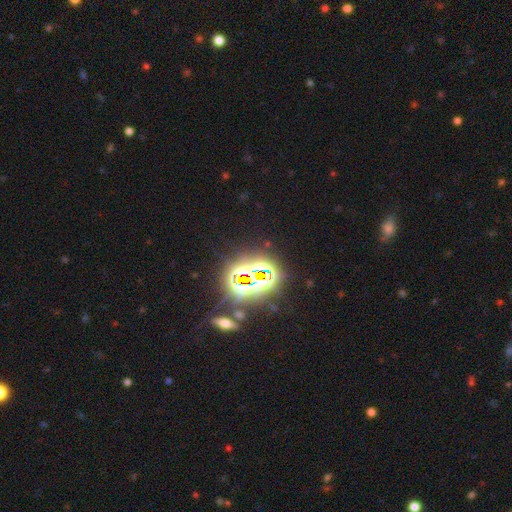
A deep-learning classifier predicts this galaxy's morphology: The model was most divided on "smooth or featured": star or artifact: 83%, smooth: 10%, featured or disk: 7%.